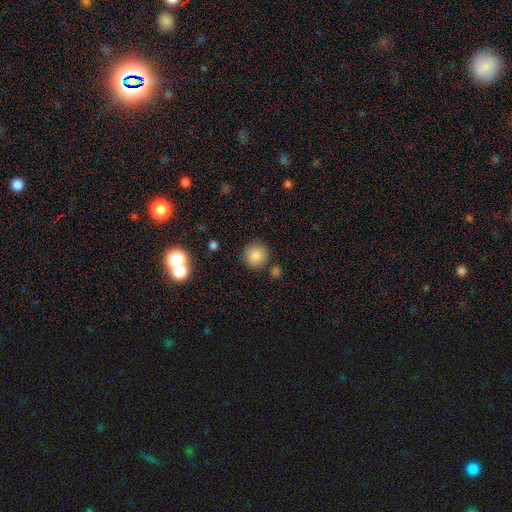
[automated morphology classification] Smooth or featured? smooth (85%)
How rounded? round (93%)
Merging? none (83%)